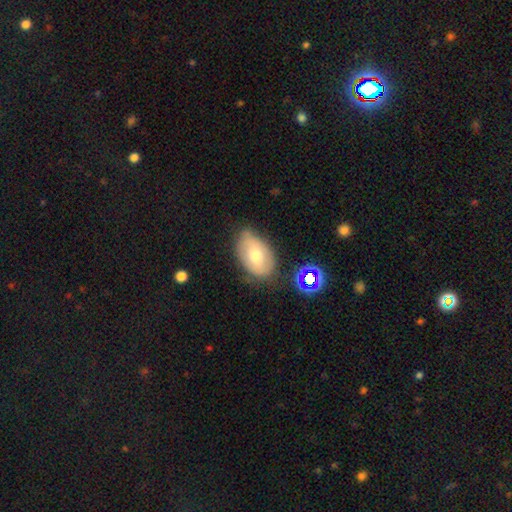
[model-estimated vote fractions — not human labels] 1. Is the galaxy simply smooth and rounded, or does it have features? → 61% smooth, 29% featured or disk, 10% star or artifact.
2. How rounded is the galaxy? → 90% in between, 9% round, 1% cigar-shaped.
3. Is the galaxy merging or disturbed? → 64% none, 26% minor disturbance, 6% major disturbance, 5% merger.